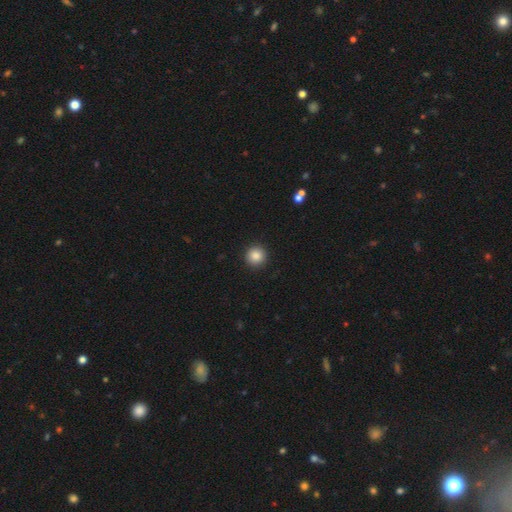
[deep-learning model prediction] smooth_or_featured: smooth (p=0.86) [alt: star or artifact p=0.09]
how_rounded: round (p=0.95) [alt: in between p=0.04]
merging: none (p=0.93) [alt: minor disturbance p=0.05]